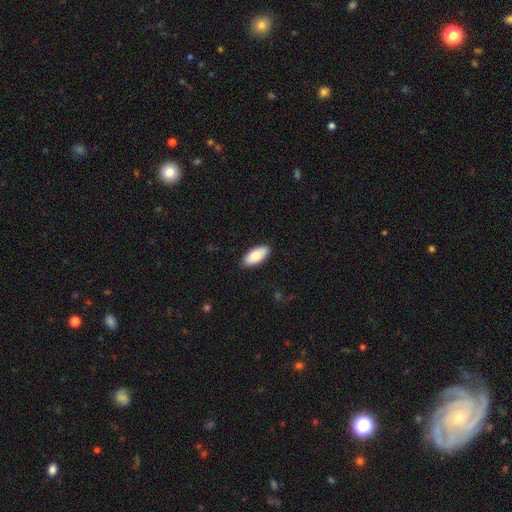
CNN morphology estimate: Smooth or featured?
  - smooth: 78% *
  - featured or disk: 16%
  - star or artifact: 6%
How rounded?
  - in between: 91% *
  - cigar-shaped: 7%
  - round: 2%
Merging?
  - none: 89% *
  - minor disturbance: 8%
  - major disturbance: 2%
  - merger: 1%